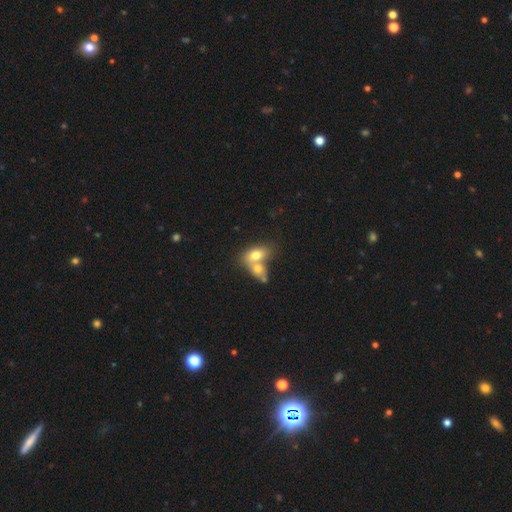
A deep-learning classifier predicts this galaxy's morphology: Smooth or featured: smooth — 72% (featured or disk — 20%)
How rounded: in between — 82% (round — 15%)
Merging: merger — 70% (none — 20%)